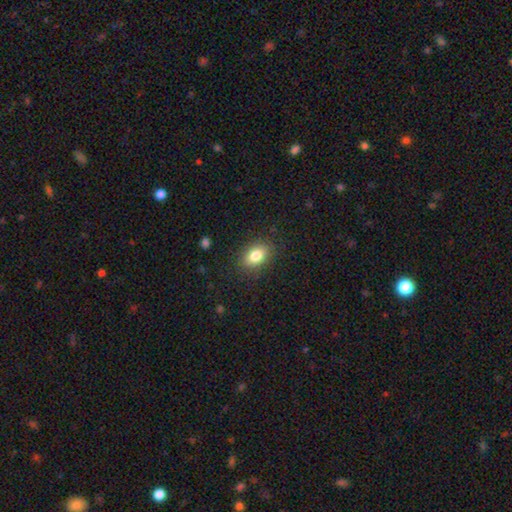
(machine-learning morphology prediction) smooth 82%, featured or disk 9%, star or artifact 9%. Down the decision tree: how rounded — in between (84%); merging — none (86%).